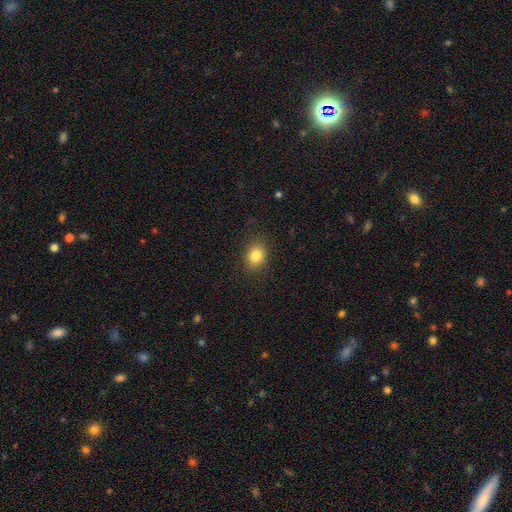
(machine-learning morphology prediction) Smooth or featured? smooth (83%)
How rounded? round (53%)
Merging? none (86%)